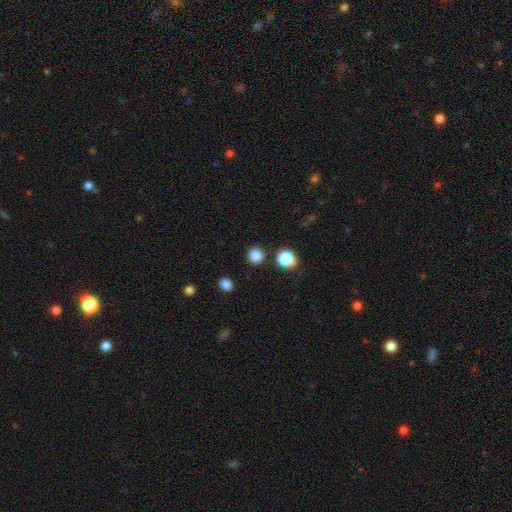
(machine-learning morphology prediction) smooth-or-featured: smooth: 84% | star or artifact: 13% | featured or disk: 3%
  how-rounded: round: 92% | in between: 7% | cigar-shaped: 1%
  merging: none: 86% | minor disturbance: 7% | merger: 4% | major disturbance: 3%